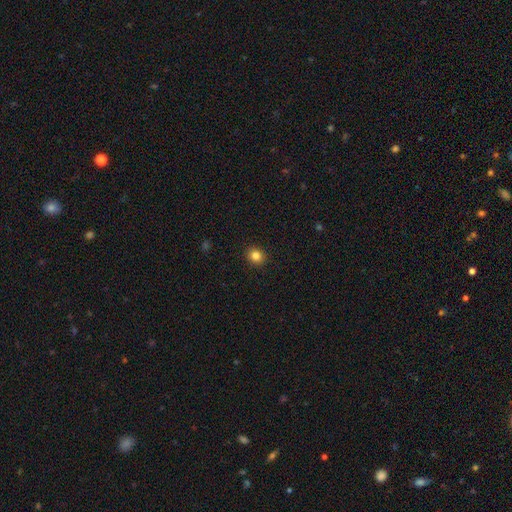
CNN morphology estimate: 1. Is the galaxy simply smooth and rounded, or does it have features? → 84% smooth, 11% star or artifact, 5% featured or disk.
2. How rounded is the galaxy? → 80% round, 19% in between, 1% cigar-shaped.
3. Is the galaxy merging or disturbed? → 92% none, 5% minor disturbance, 2% major disturbance, 1% merger.